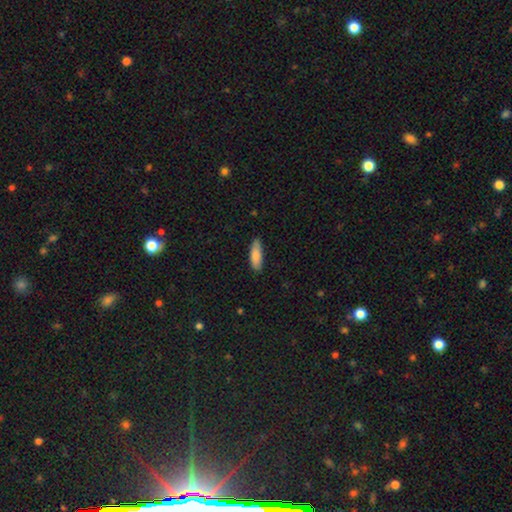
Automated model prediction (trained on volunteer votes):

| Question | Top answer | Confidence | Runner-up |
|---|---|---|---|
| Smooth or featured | smooth | 85% | featured or disk (9%) |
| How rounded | in between | 56% | cigar-shaped (42%) |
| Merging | none | 80% | minor disturbance (16%) |